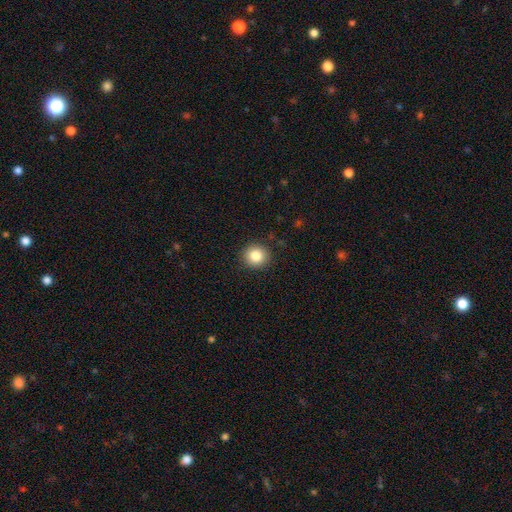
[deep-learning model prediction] Smooth or featured? Predicted: smooth (p=0.84). How rounded? Predicted: round (p=0.91). Merging? Predicted: none (p=0.91).